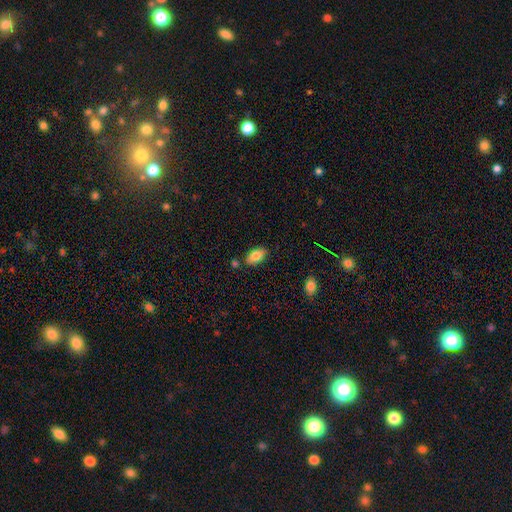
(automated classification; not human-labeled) The model was most divided on "merging": none: 80%, minor disturbance: 12%, merger: 5%, major disturbance: 2%. More confident: how rounded — in between (93%); smooth or featured — smooth (85%).